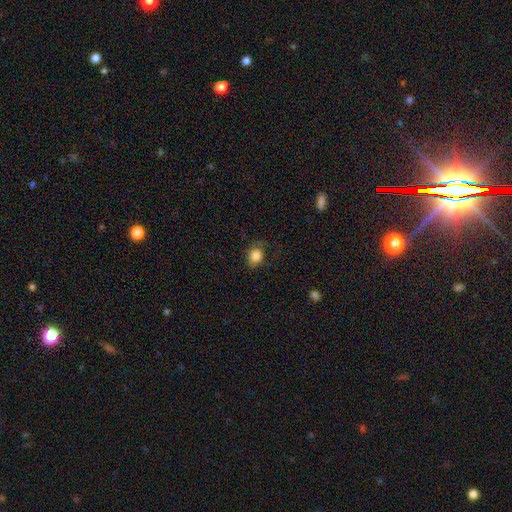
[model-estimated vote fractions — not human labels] The model was most divided on "how rounded": in between: 51%, round: 48%, cigar-shaped: 1%. More confident: smooth or featured — smooth (84%); merging — none (70%).